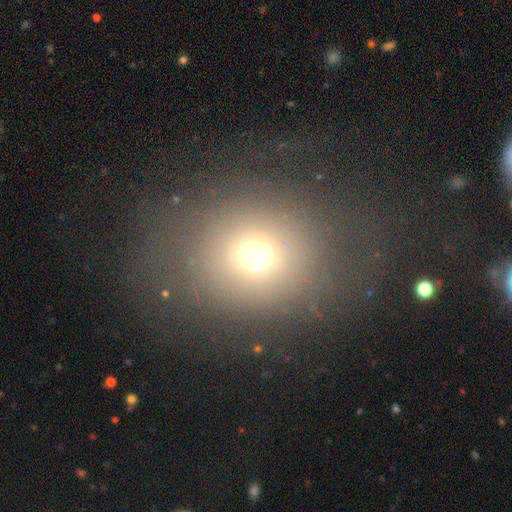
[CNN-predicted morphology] A smooth galaxy with no disk features (67%) that is round (74%).

Vote fractions:
- Smooth or featured? smooth: 67% / star or artifact: 21% / featured or disk: 12%
- How rounded? round: 74% / in between: 25% / cigar-shaped: 1%
- Merging? none: 71% / major disturbance: 13% / minor disturbance: 13% / merger: 2%